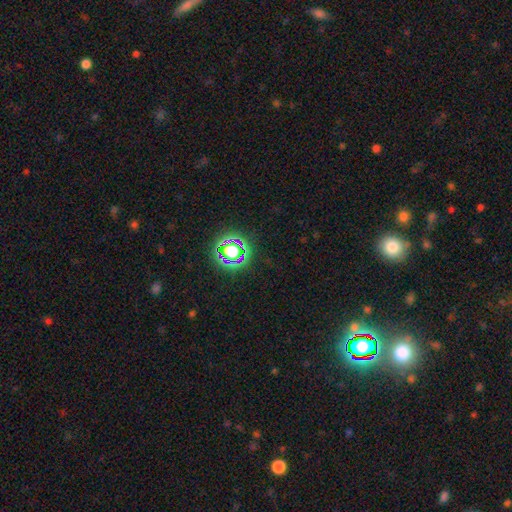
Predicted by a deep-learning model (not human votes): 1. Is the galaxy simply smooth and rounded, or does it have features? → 78% star or artifact, 14% smooth, 8% featured or disk.